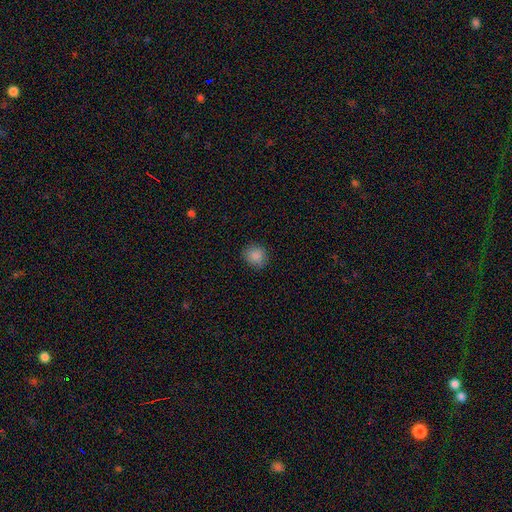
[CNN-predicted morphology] type=smooth (87%); roundness=round (85%); merging=none (88%).